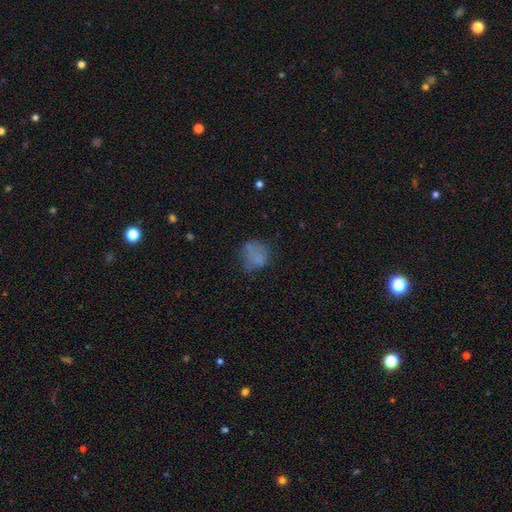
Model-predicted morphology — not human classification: Smooth or featured? Predicted: smooth (p=0.62). How rounded? Predicted: round (p=0.67). Merging? Predicted: none (p=0.52).